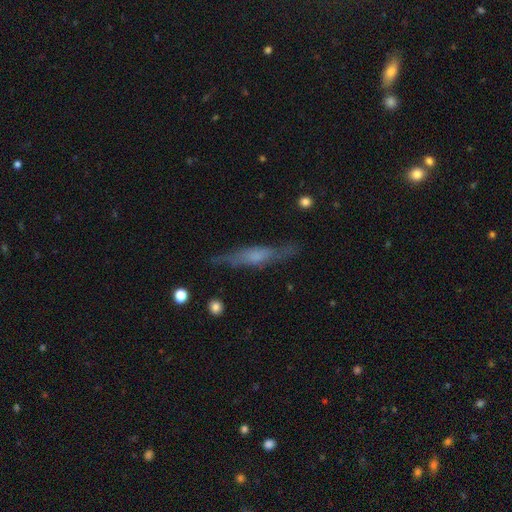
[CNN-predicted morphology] This is possibly a featured or disk galaxy (56%). It is clearly viewed edge-on (84%). Merging: likely none (76%).